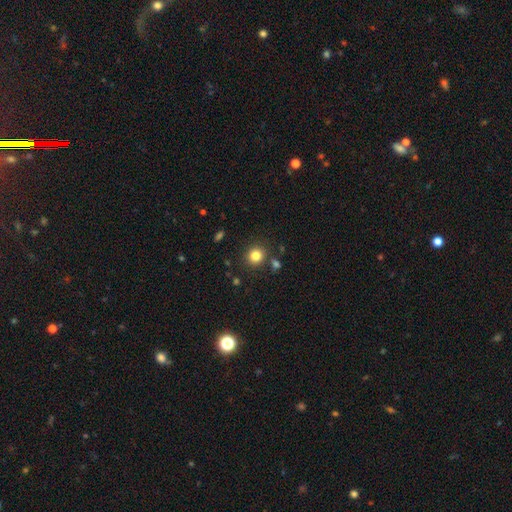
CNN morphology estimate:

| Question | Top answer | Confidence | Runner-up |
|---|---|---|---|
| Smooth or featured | smooth | 82% | star or artifact (12%) |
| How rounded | round | 86% | in between (13%) |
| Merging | none | 86% | minor disturbance (7%) |